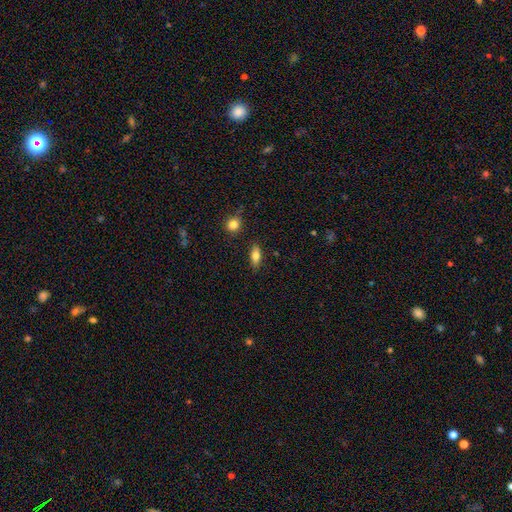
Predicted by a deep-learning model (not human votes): A smooth galaxy with no disk features (75%) that is in between round and cigar-shaped (79%). Merging: none (84%).